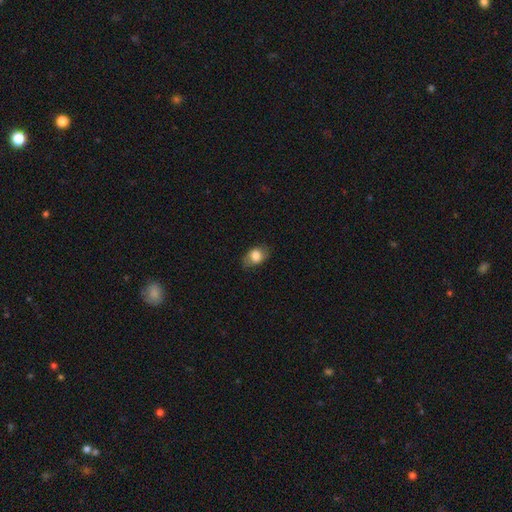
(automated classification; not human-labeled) Smooth or featured?
  - smooth: 77% *
  - featured or disk: 15%
  - star or artifact: 8%
How rounded?
  - in between: 75% *
  - round: 23%
  - cigar-shaped: 2%
Merging?
  - none: 75% *
  - minor disturbance: 19%
  - major disturbance: 5%
  - merger: 1%